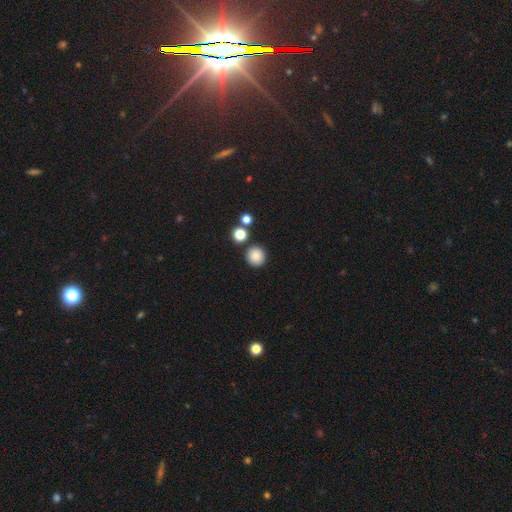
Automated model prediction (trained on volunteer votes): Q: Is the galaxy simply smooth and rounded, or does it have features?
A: smooth — 85%.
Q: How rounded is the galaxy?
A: round — 93%.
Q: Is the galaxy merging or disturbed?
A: none — 86%.